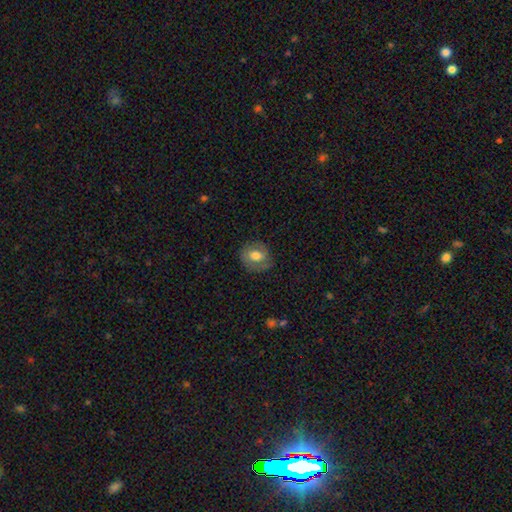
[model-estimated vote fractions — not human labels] A smooth galaxy with no disk features (61%) that is round (67%). Merging: none (76%).